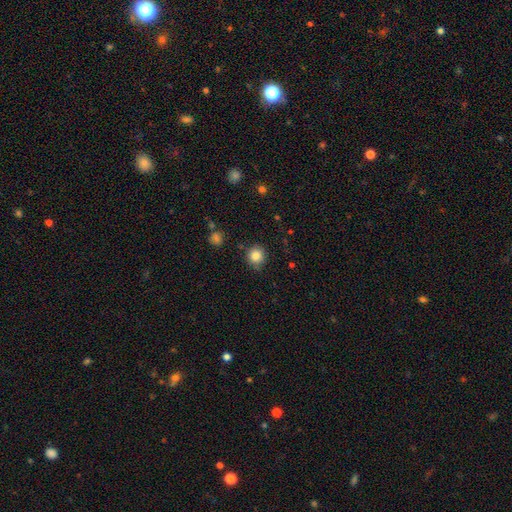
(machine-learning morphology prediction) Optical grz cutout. It shows a smooth galaxy with no disk features (84%) that is round (89%). Merging: none (84%).